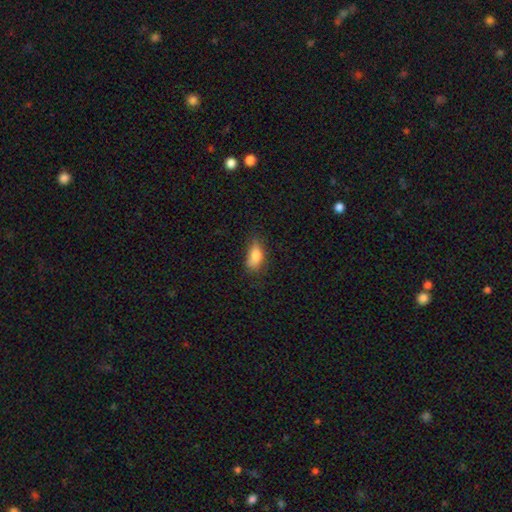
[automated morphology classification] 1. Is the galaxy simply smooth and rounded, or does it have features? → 81% smooth, 11% featured or disk, 9% star or artifact.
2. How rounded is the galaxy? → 85% in between, 8% cigar-shaped, 6% round.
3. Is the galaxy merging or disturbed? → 58% none, 30% minor disturbance, 10% major disturbance, 2% merger.